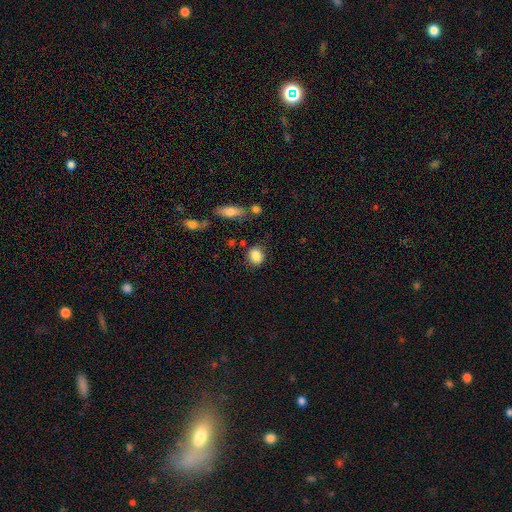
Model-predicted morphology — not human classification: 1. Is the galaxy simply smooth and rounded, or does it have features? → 86% smooth, 8% star or artifact, 6% featured or disk.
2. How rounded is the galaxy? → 53% round, 46% in between, 2% cigar-shaped.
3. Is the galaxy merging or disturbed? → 78% none, 15% minor disturbance, 4% merger, 4% major disturbance.